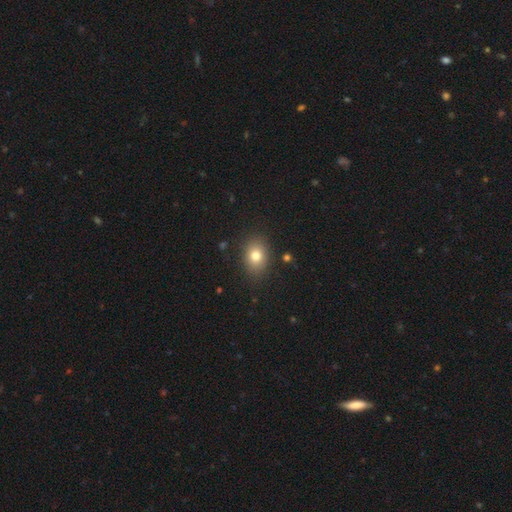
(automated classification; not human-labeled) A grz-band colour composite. It shows a smooth galaxy with no disk features (78%) that is in between round and cigar-shaped (61%). Merging: none (86%).